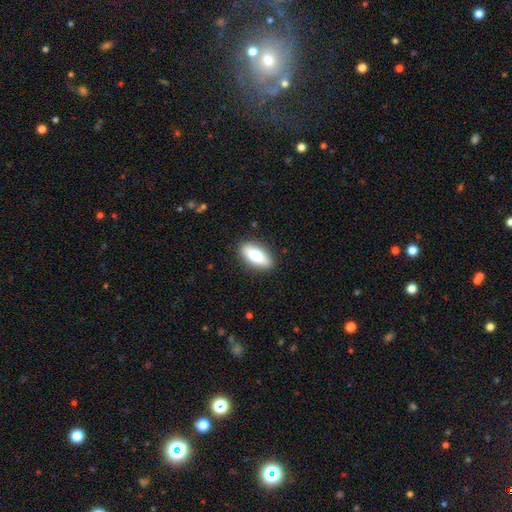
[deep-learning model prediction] Morphology: type=smooth (70%); roundness=in between (79%); merging=none (88%).